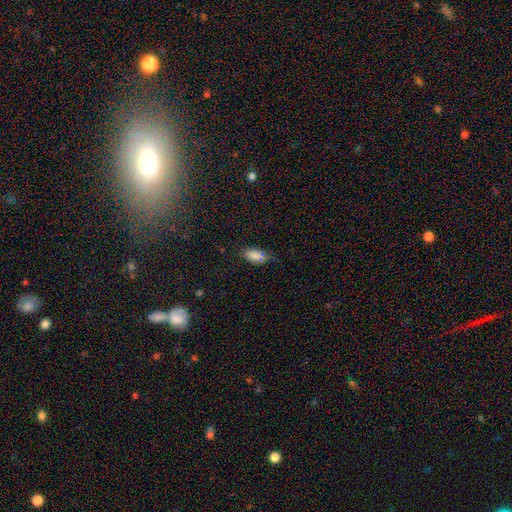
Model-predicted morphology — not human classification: Smooth or featured: smooth — 82% (star or artifact — 9%)
How rounded: in between — 88% (cigar-shaped — 9%)
Merging: none — 63% (minor disturbance — 27%)